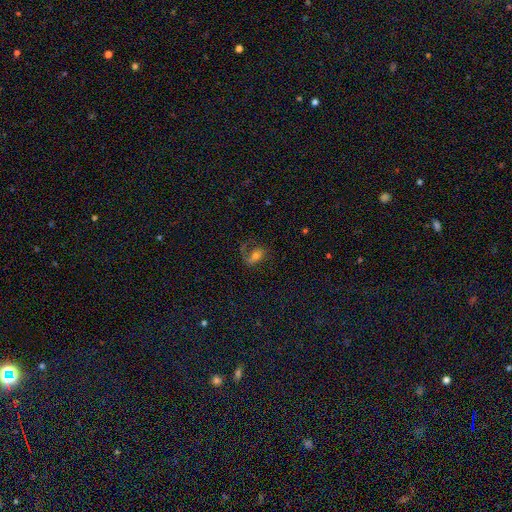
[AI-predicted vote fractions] Overall: featured or disk (48%; smooth 40%). Merging: none (45%; major disturbance 31%).